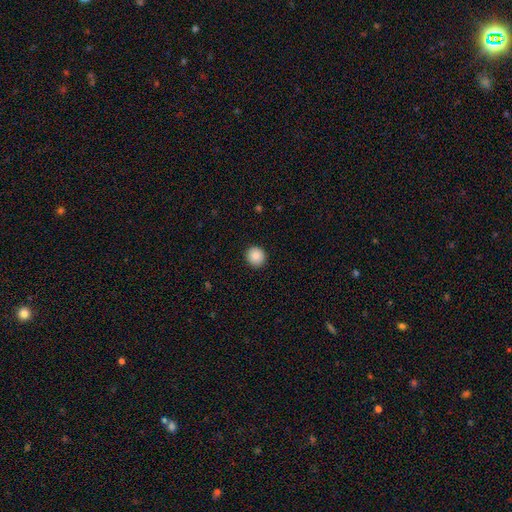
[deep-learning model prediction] A smooth galaxy with no disk features (88%) that is round (91%).

Vote fractions:
- Smooth or featured? smooth: 88% / star or artifact: 9% / featured or disk: 3%
- How rounded? round: 91% / in between: 8% / cigar-shaped: 1%
- Merging? none: 92% / minor disturbance: 5% / major disturbance: 2% / merger: 1%